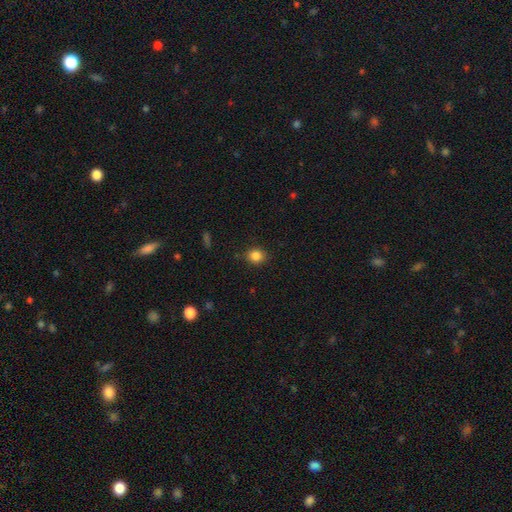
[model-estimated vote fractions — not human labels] Smooth or featured? smooth (85%)
How rounded? round (74%)
Merging? none (86%)